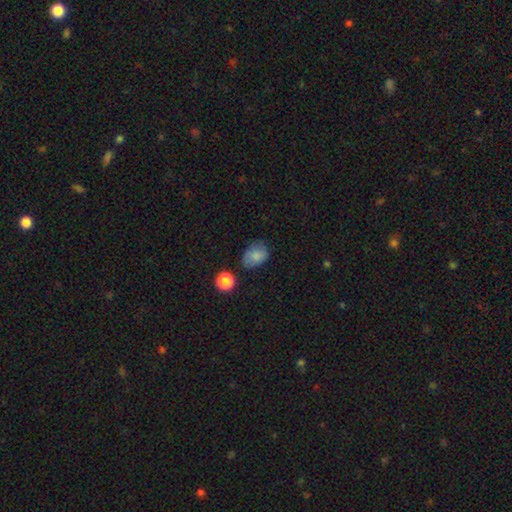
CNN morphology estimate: A smooth galaxy with no disk features (81%) that is in between round and cigar-shaped (70%).

Vote fractions:
- Smooth or featured? smooth: 81% / star or artifact: 10% / featured or disk: 9%
- How rounded? in between: 70% / round: 28% / cigar-shaped: 1%
- Merging? none: 64% / minor disturbance: 26% / major disturbance: 7% / merger: 4%